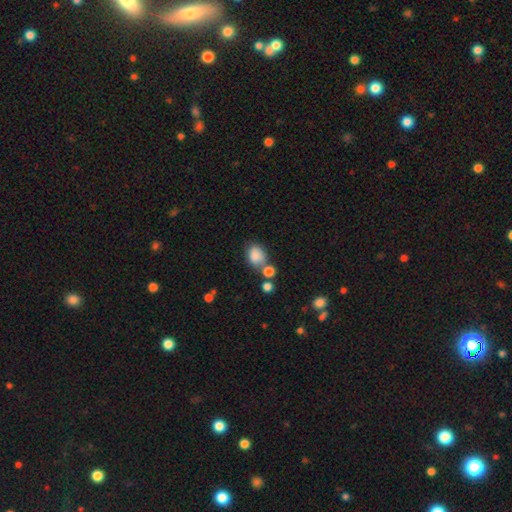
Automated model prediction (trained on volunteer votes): Q: Smooth or featured?
A: smooth (83%); runner-up: star or artifact (10%)
Q: How rounded?
A: in between (66%); runner-up: round (32%)
Q: Merging?
A: none (49%); runner-up: merger (26%)